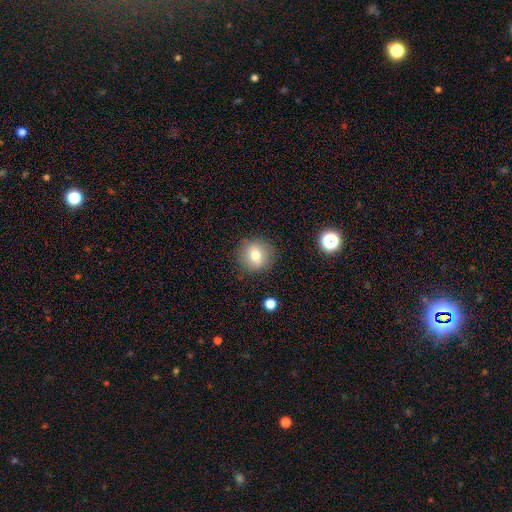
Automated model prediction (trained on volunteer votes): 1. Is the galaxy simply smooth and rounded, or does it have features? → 75% smooth, 14% featured or disk, 11% star or artifact.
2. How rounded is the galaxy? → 88% round, 11% in between, 1% cigar-shaped.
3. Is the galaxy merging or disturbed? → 87% none, 8% minor disturbance, 3% major disturbance, 1% merger.